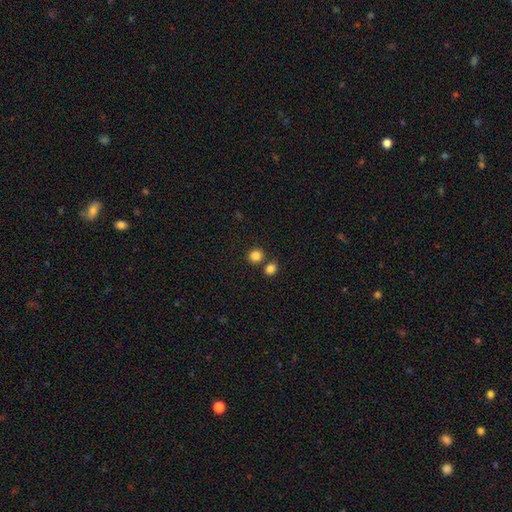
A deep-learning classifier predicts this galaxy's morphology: Smooth or featured?
  - smooth: 85% *
  - star or artifact: 11%
  - featured or disk: 4%
How rounded?
  - round: 86% *
  - in between: 13%
  - cigar-shaped: 1%
Merging?
  - none: 72% *
  - merger: 18%
  - minor disturbance: 7%
  - major disturbance: 3%